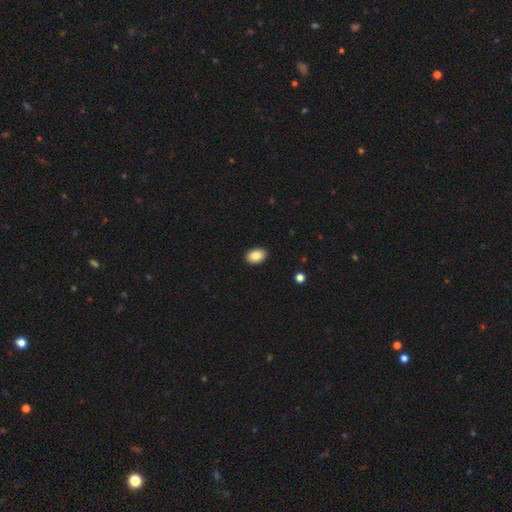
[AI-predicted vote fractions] smooth_or_featured: smooth (p=0.86) [alt: star or artifact p=0.08]
how_rounded: in between (p=0.81) [alt: round p=0.18]
merging: none (p=0.91) [alt: minor disturbance p=0.07]